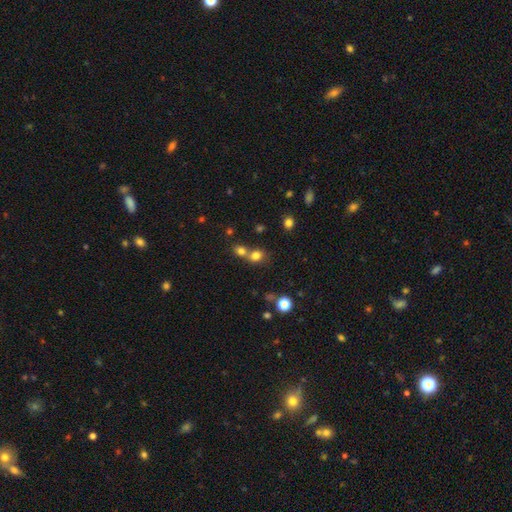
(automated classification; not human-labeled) This is likely a smooth galaxy (76%). How rounded: likely round (68%). Merging: possibly merger (47%).